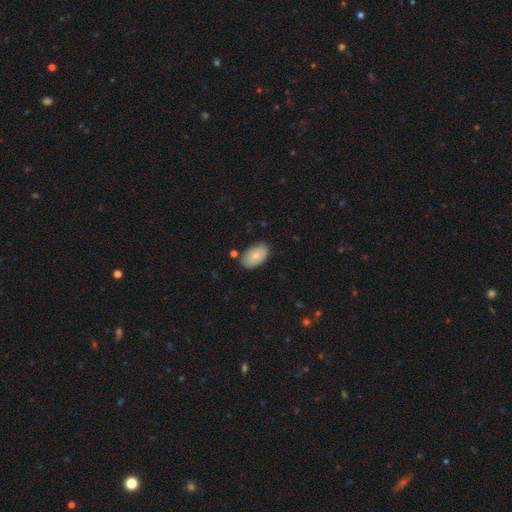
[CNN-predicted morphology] This is likely a smooth galaxy (78%). How rounded: clearly in between (94%). Merging: likely none (80%).